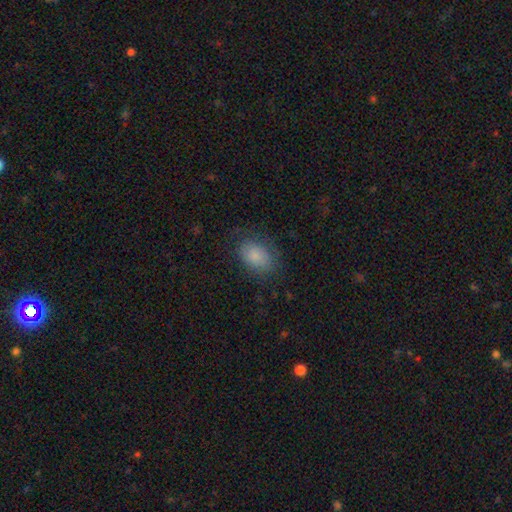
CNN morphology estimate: smooth_or_featured: smooth (p=0.84) [alt: featured or disk p=0.08]
how_rounded: in between (p=0.81) [alt: round p=0.18]
merging: none (p=0.76) [alt: minor disturbance p=0.16]